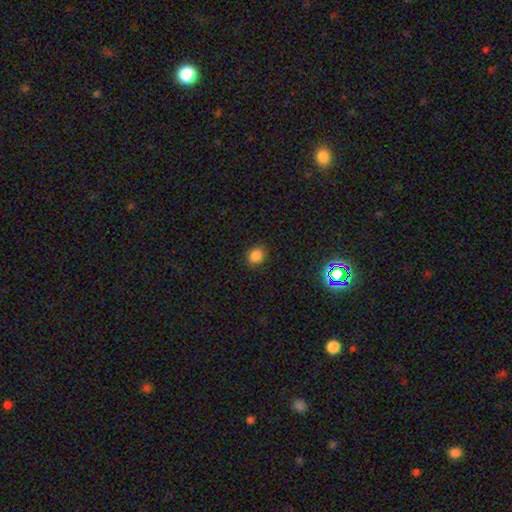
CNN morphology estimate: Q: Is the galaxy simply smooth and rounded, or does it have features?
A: smooth — 83%.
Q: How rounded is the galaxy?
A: round — 67%.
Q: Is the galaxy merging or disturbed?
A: none — 88%.